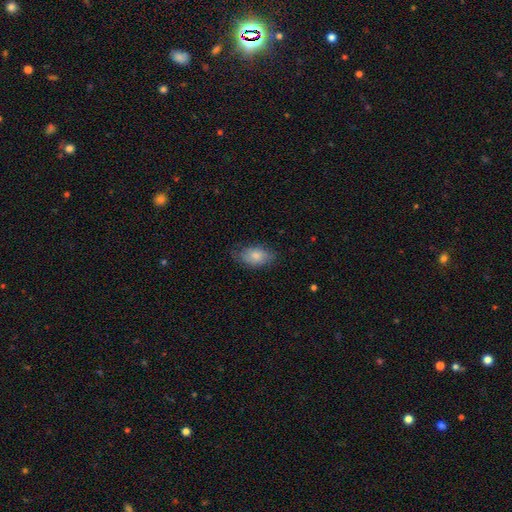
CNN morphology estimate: Q: Smooth or featured?
A: smooth (80%); runner-up: featured or disk (13%)
Q: How rounded?
A: in between (91%); runner-up: round (6%)
Q: Merging?
A: none (71%); runner-up: minor disturbance (22%)